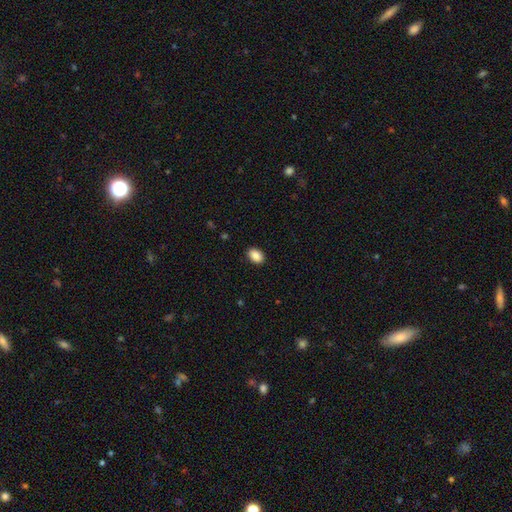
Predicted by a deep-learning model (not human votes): Morphology: type=smooth (89%); roundness=in between (86%); merging=none (90%).